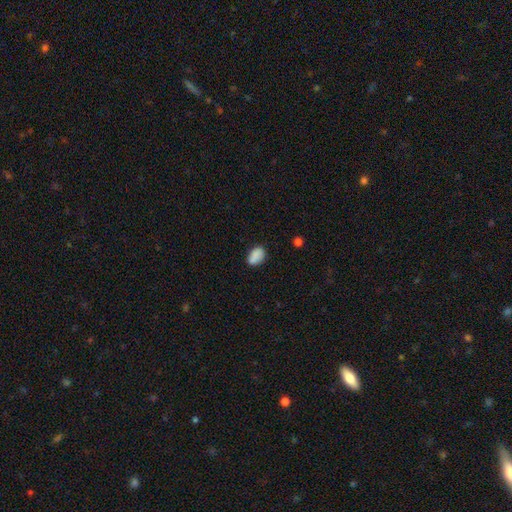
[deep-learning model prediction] smooth 86%, star or artifact 8%, featured or disk 6%. Down the decision tree: how rounded — in between (87%); merging — none (75%).